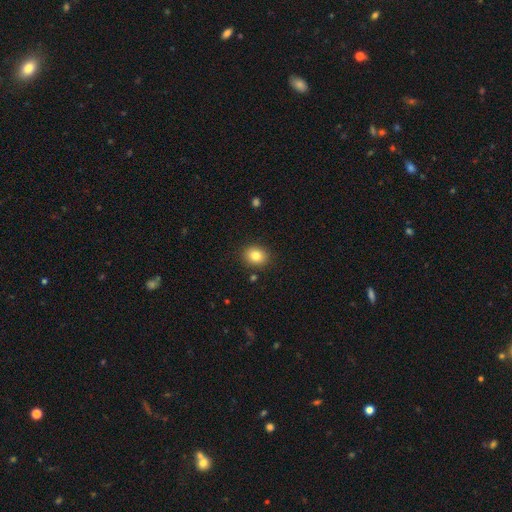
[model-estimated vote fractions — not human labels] Q: Smooth or featured?
A: smooth (83%); runner-up: star or artifact (10%)
Q: How rounded?
A: round (59%); runner-up: in between (40%)
Q: Merging?
A: none (88%); runner-up: minor disturbance (8%)